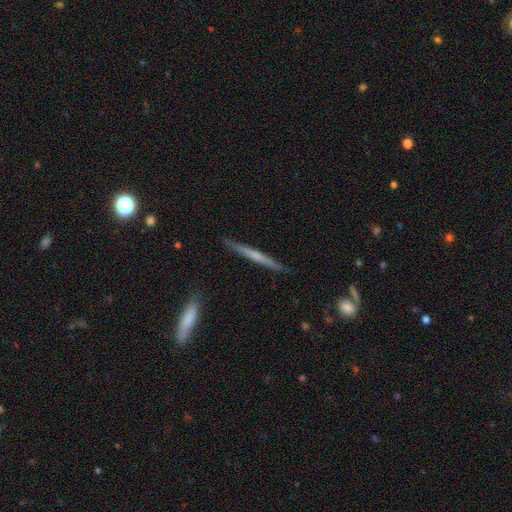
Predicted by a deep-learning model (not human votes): Smooth or featured?
  - featured or disk: 56% *
  - smooth: 38%
  - star or artifact: 6%
Edge-on disk?
  - yes: 97% *
  - no: 3%
Edge-on bulge?
  - none: 62% *
  - rounded: 31%
  - boxy: 7%
Merging?
  - none: 88% *
  - minor disturbance: 9%
  - merger: 2%
  - major disturbance: 2%